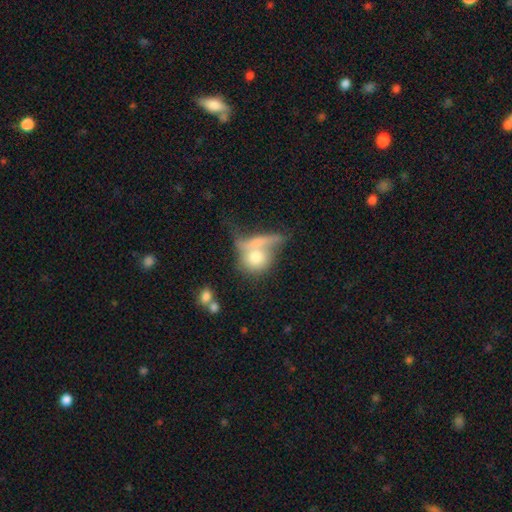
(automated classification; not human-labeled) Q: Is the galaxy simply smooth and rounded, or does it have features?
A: smooth — 67%.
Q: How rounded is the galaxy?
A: round — 67%.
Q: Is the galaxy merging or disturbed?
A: merger — 47%.